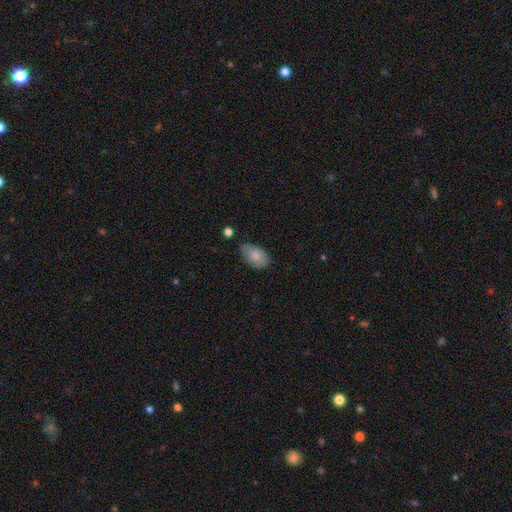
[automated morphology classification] A smooth galaxy with no disk features (82%) that is in between round and cigar-shaped (93%). Merging: none (66%).